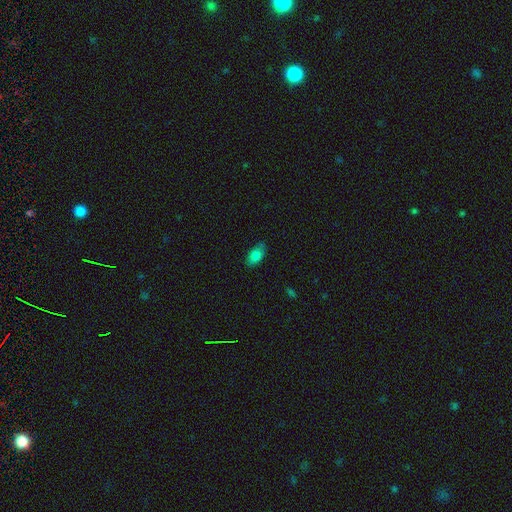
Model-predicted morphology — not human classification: This is clearly a smooth galaxy (80%). How rounded: clearly in between (89%). Merging: likely none (79%).